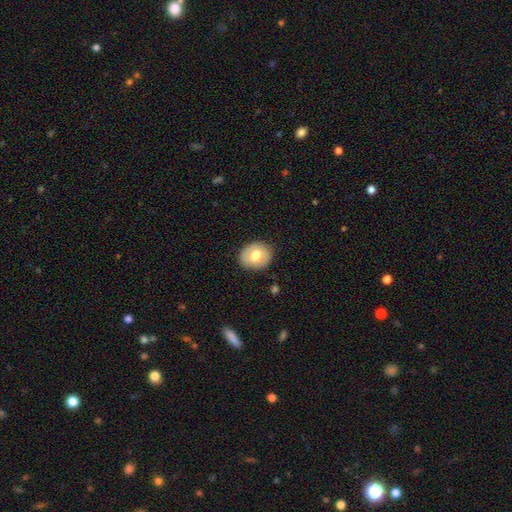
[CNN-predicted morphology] Smooth or featured? Predicted: smooth (p=0.65). How rounded? Predicted: round (p=0.65). Merging? Predicted: none (p=0.85).